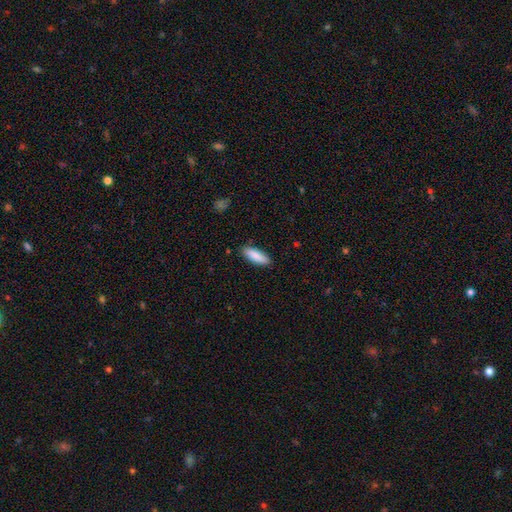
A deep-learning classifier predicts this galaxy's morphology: A smooth galaxy with no disk features (89%) that is in between round and cigar-shaped (60%). Merging: none (88%).